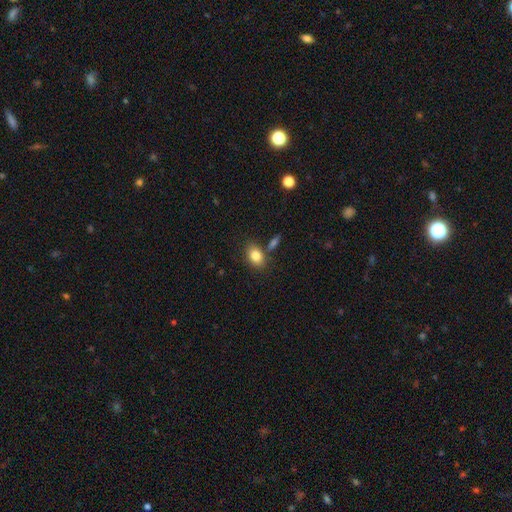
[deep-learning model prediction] This appears to be a smooth galaxy with no disk features (83%) that is in between round and cigar-shaped (80%). Merging: none (72%).